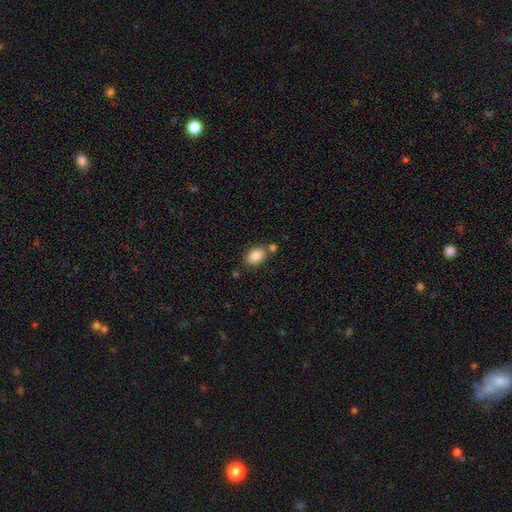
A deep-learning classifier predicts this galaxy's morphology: Smooth or featured? Predicted: smooth (p=0.84). How rounded? Predicted: in between (p=0.84). Merging? Predicted: none (p=0.68).